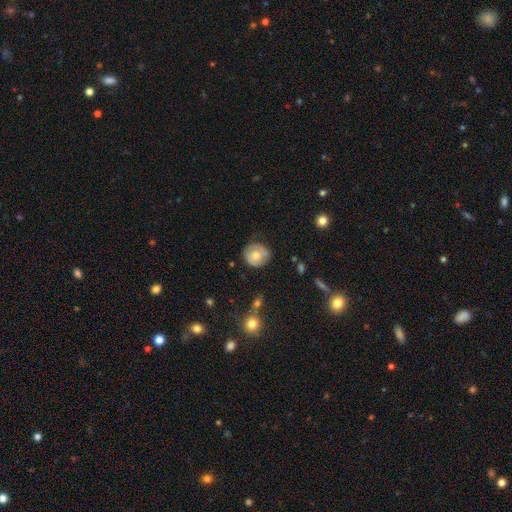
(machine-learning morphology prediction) smooth_or_featured: smooth (p=0.63) [alt: featured or disk p=0.30]
how_rounded: round (p=0.86) [alt: in between p=0.13]
merging: none (p=0.70) [alt: minor disturbance p=0.22]